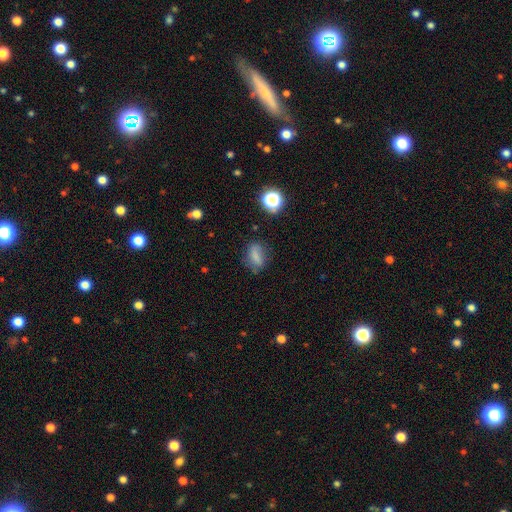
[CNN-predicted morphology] smooth-or-featured: smooth: 74% | star or artifact: 14% | featured or disk: 12%
  how-rounded: in between: 78% | round: 16% | cigar-shaped: 6%
  merging: none: 63% | minor disturbance: 25% | major disturbance: 9% | merger: 3%